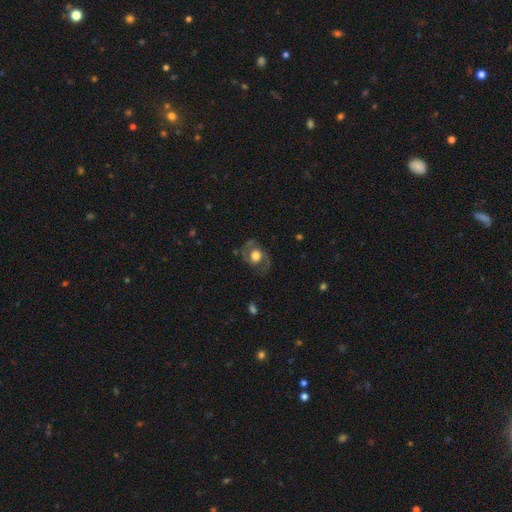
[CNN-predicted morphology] This is likely a featured or disk galaxy (66%). It is clearly not viewed edge-on (96%). Bar: likely no (75%). Spiral arm pattern: likely yes (76%). Central bulge: possibly large (47%). Merging: likely none (72%).